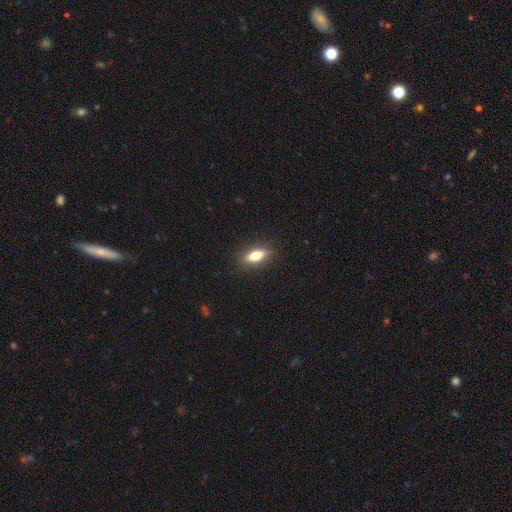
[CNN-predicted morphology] This is likely a smooth galaxy (72%). How rounded: likely in between (69%). Merging: clearly none (87%).